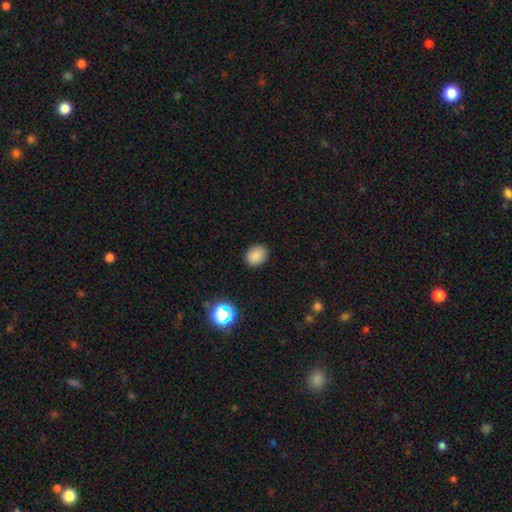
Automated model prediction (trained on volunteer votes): Overall: smooth (85%). How rounded: in between (56%; round 43%). Merging: none (87%).